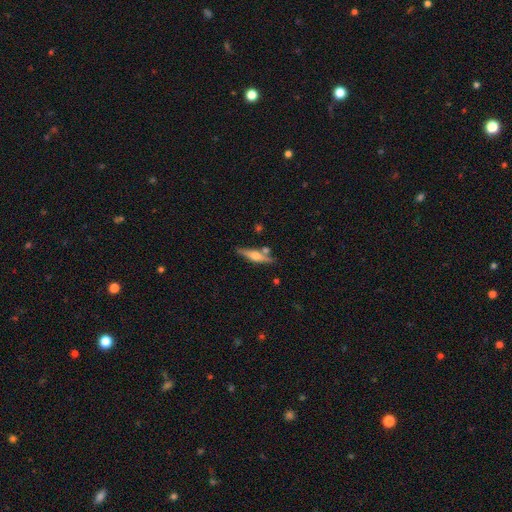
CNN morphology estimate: smooth_or_featured: featured or disk (p=0.62) [alt: smooth p=0.32]
disk_edge_on: yes (p=0.95) [alt: no p=0.05]
edge_on_bulge: rounded (p=0.88) [alt: boxy p=0.08]
merging: none (p=0.75) [alt: minor disturbance p=0.12]